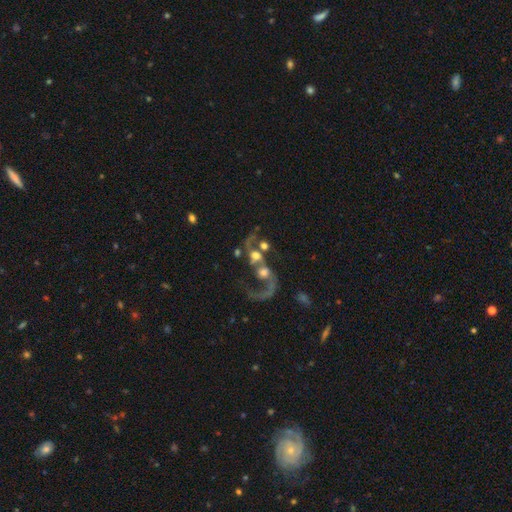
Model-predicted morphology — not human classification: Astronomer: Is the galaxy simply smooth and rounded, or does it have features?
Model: featured or disk — 60%.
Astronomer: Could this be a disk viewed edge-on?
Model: no — 96%.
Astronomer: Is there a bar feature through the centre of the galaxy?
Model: no — 75%.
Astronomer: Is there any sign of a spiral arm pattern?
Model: yes — 61% (runner-up: no, 39%).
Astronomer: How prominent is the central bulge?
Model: moderate — 43% (runner-up: large, 23%).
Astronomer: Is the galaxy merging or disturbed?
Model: merger — 68%.